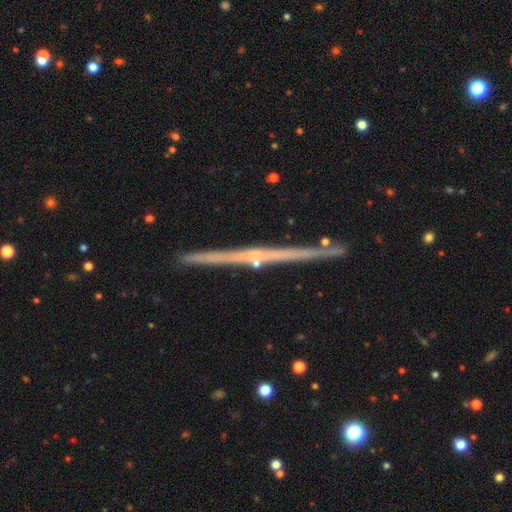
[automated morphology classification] Q: Smooth or featured?
A: featured or disk (81%); runner-up: smooth (13%)
Q: Edge-on disk?
A: yes (98%); runner-up: no (2%)
Q: Edge-on bulge?
A: none (56%); runner-up: rounded (36%)
Q: Merging?
A: none (90%); runner-up: minor disturbance (7%)